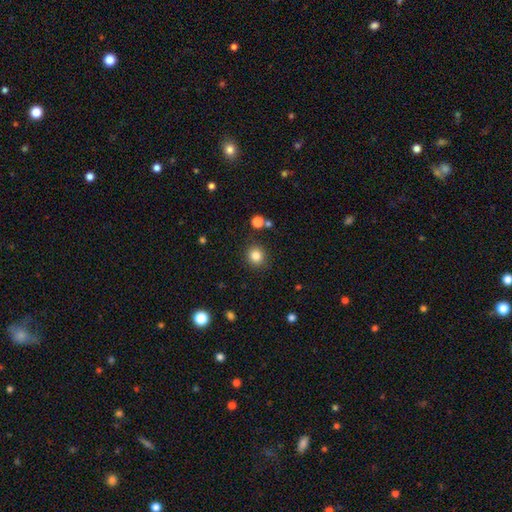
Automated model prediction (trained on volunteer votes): Smooth or featured?
  - smooth: 83% *
  - star or artifact: 12%
  - featured or disk: 5%
How rounded?
  - round: 91% *
  - in between: 9%
  - cigar-shaped: 1%
Merging?
  - none: 88% *
  - minor disturbance: 7%
  - merger: 3%
  - major disturbance: 3%